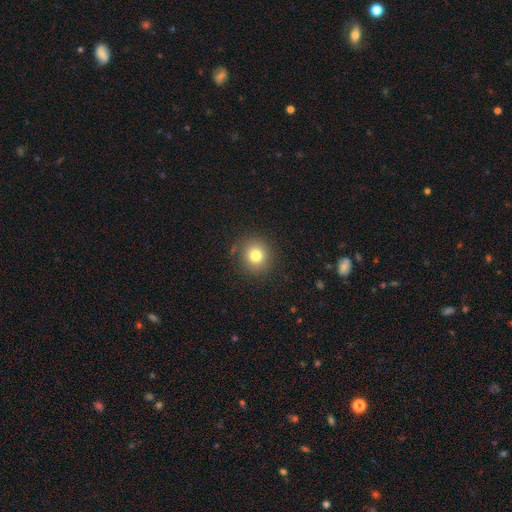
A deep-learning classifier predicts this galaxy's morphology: Overall: smooth (79%). How rounded: round (90%). Merging: none (85%).